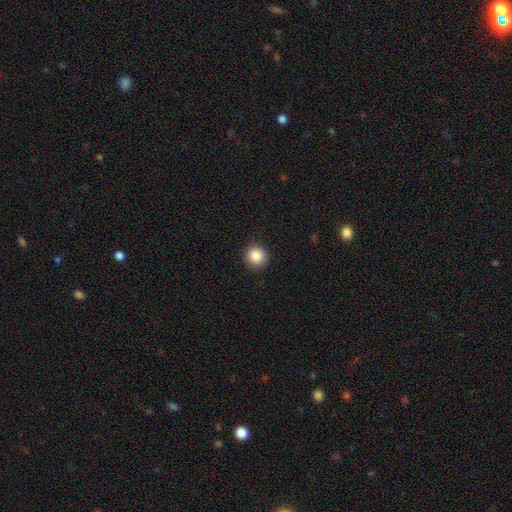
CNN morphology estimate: smooth-or-featured: smooth: 87% | star or artifact: 9% | featured or disk: 4%
  how-rounded: round: 92% | in between: 7% | cigar-shaped: 1%
  merging: none: 91% | minor disturbance: 6% | major disturbance: 2% | merger: 1%